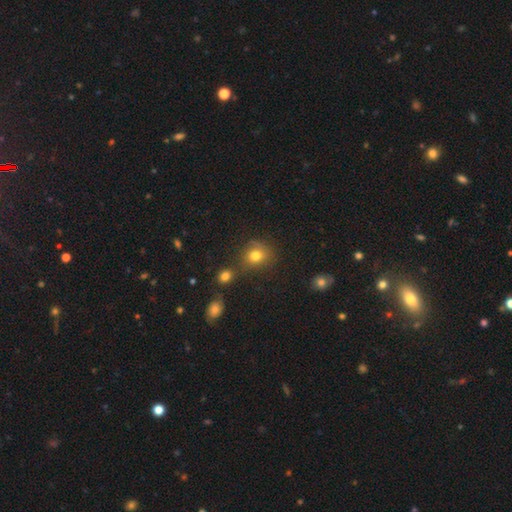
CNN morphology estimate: type=smooth (76%); roundness=round (72%); merging=none (61%).